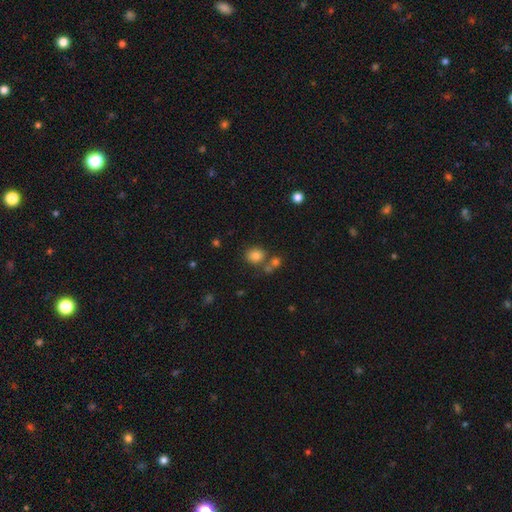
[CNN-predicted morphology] smooth_or_featured: smooth (p=0.81) [alt: star or artifact p=0.12]
how_rounded: round (p=0.67) [alt: in between p=0.32]
merging: none (p=0.63) [alt: merger p=0.21]